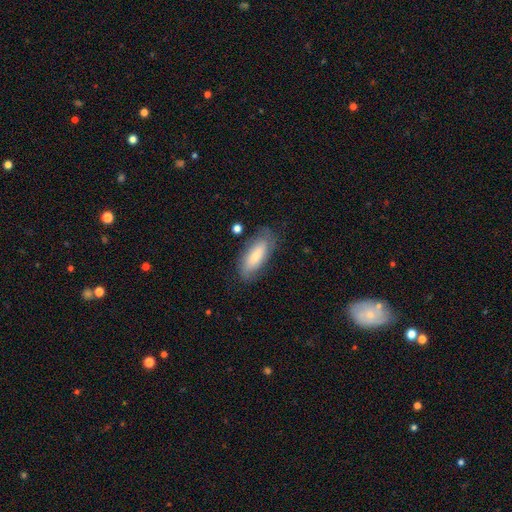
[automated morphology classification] smooth-or-featured: smooth: 73% | featured or disk: 21% | star or artifact: 6%
  how-rounded: in between: 74% | cigar-shaped: 24% | round: 2%
  merging: none: 74% | minor disturbance: 18% | major disturbance: 5% | merger: 2%